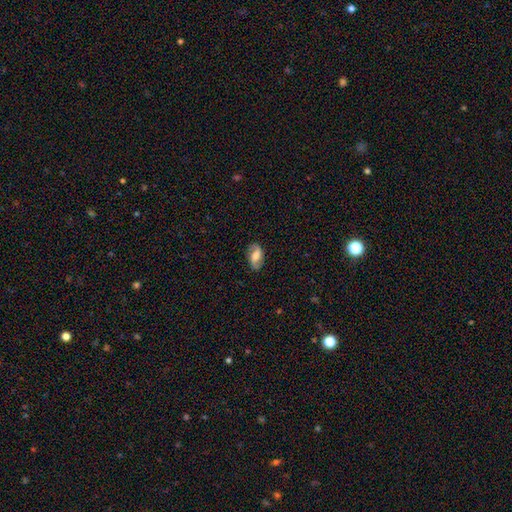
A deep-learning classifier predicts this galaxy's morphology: The model was most divided on "bar": weak: 43%, no: 29%, strong: 28%. Remaining: edge-on disk — no (94%); spiral arms — yes (84%); merging — none (81%); smooth or featured — featured or disk (54%); bulge size — moderate (48%).